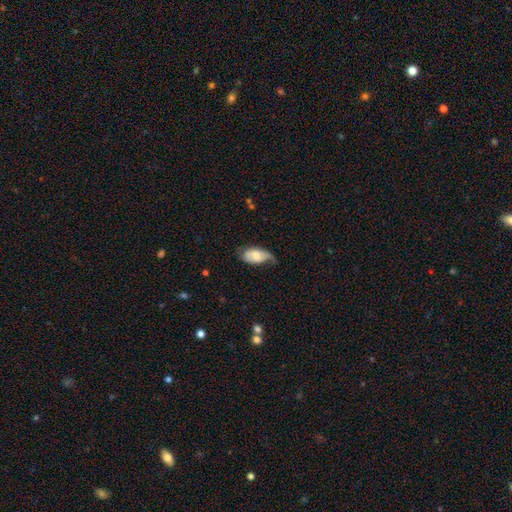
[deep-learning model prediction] Smooth or featured? smooth (57%)
How rounded? in between (93%)
Merging? minor disturbance (39%)